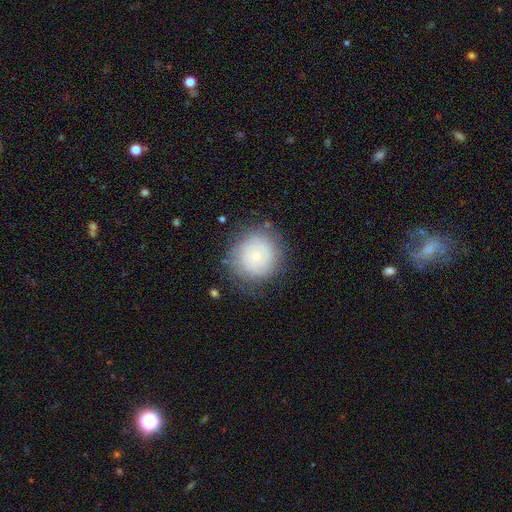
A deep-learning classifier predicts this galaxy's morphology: type=smooth (61%); roundness=round (90%); merging=none (78%).